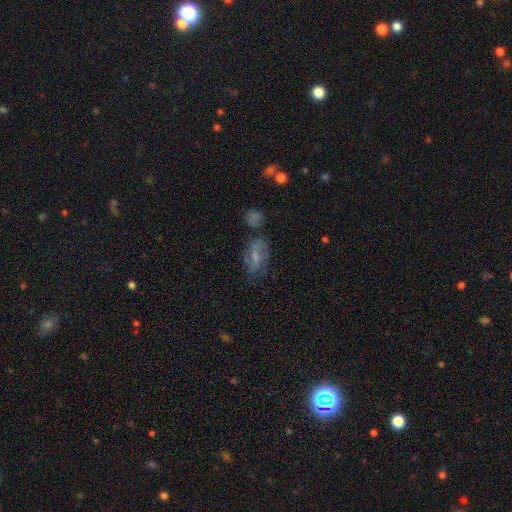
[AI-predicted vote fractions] This is possibly a featured or disk galaxy (48%). Merging: possibly none (55%).